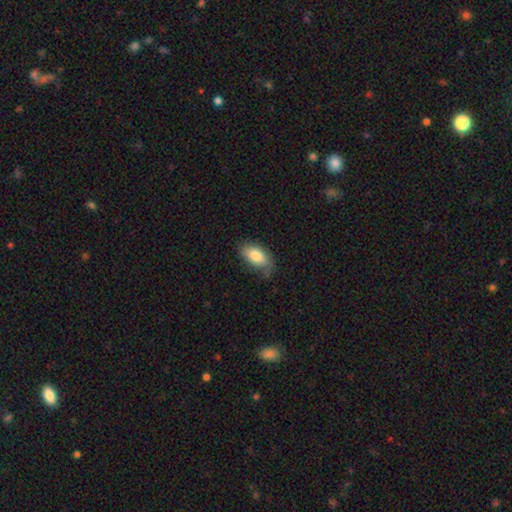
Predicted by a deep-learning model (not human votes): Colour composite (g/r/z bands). It shows a smooth galaxy with no disk features (80%) that is in between round and cigar-shaped (92%). Merging: none (63%).